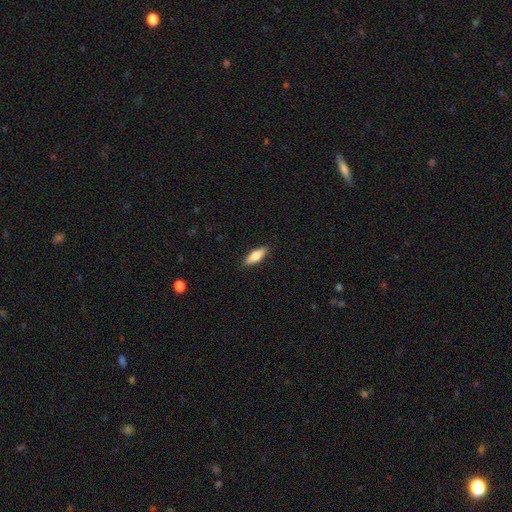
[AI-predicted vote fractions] A smooth galaxy with no disk features (73%) that is in between round and cigar-shaped (62%). Merging: none (88%).